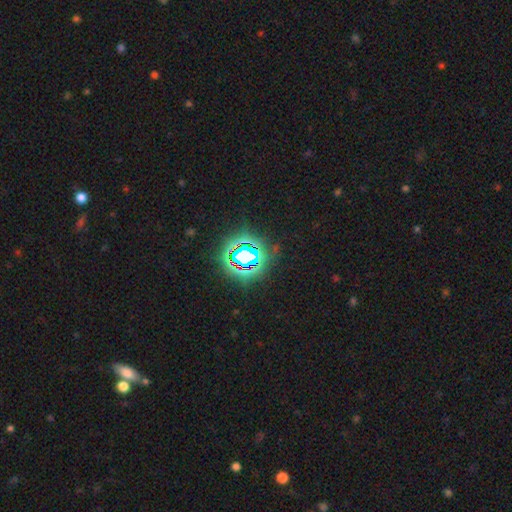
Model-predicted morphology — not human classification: Q: Smooth or featured?
A: star or artifact (81%); runner-up: smooth (12%)